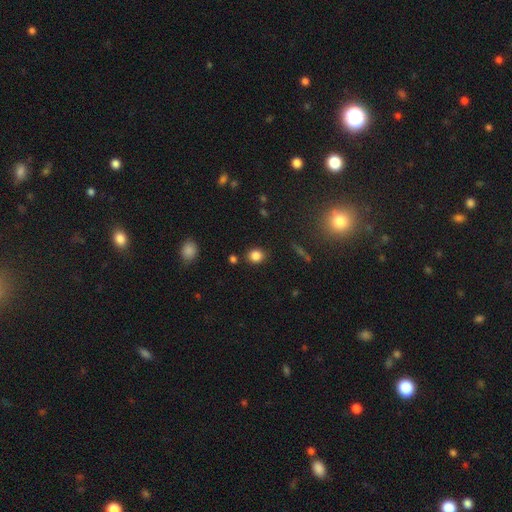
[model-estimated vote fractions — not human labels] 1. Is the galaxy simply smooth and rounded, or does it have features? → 83% smooth, 13% star or artifact, 5% featured or disk.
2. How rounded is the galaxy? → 79% round, 20% in between, 1% cigar-shaped.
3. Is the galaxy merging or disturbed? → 86% none, 8% minor disturbance, 3% merger, 3% major disturbance.